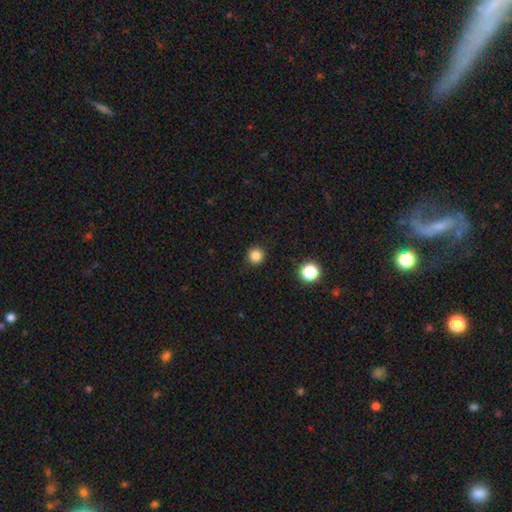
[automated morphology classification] smooth_or_featured: smooth (p=0.83) [alt: star or artifact p=0.13]
how_rounded: round (p=0.95) [alt: in between p=0.05]
merging: none (p=0.92) [alt: minor disturbance p=0.05]